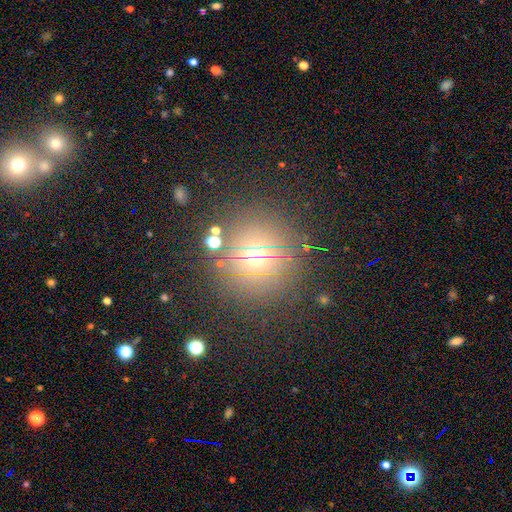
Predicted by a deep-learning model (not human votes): A smooth galaxy with no disk features (53%) that is round (91%). Merging: none (84%).